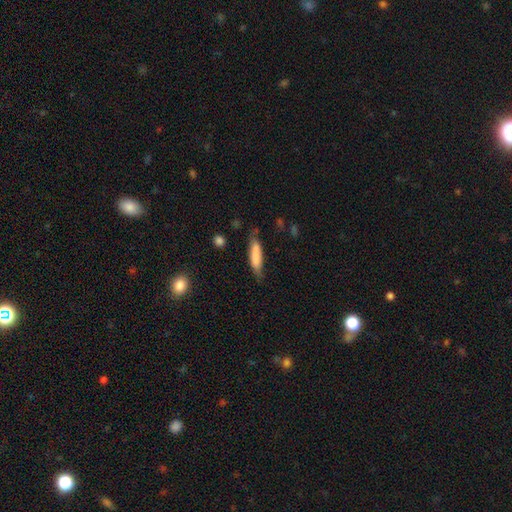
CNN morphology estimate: This is likely a smooth galaxy (79%). How rounded: likely cigar-shaped (70%). Merging: likely none (66%).